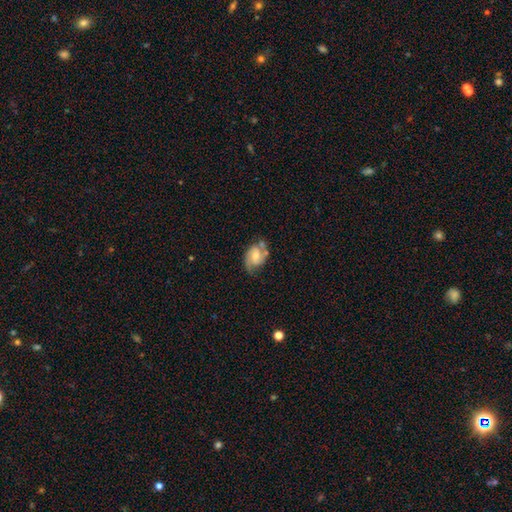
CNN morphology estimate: A featured or disk galaxy (66%) with no bar (48%), 2 (82%) medium (48%) spiral arms (90%) and a moderate central bulge (48%). Merging: none (55%).